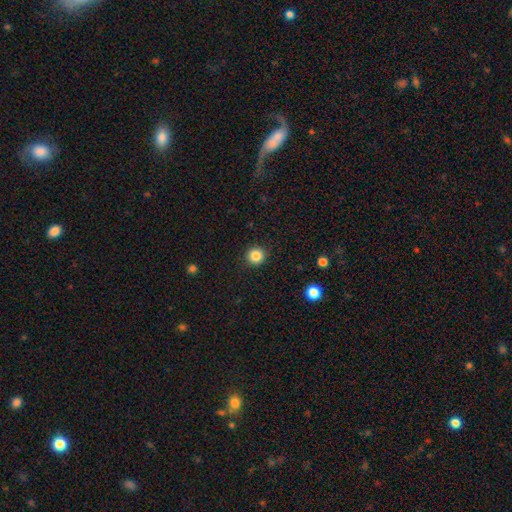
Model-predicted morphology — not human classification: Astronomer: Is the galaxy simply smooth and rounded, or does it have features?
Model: smooth — 85%.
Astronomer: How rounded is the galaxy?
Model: round — 94%.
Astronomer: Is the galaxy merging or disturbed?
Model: none — 91%.